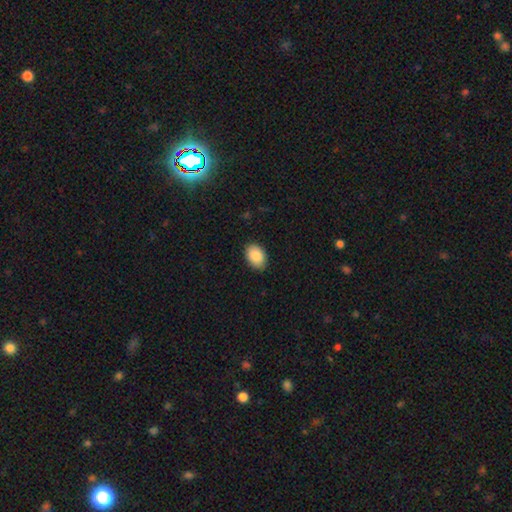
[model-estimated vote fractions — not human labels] A smooth galaxy with no disk features (89%) that is in between round and cigar-shaped (85%).

Vote fractions:
- Smooth or featured? smooth: 89% / star or artifact: 7% / featured or disk: 5%
- How rounded? in between: 85% / round: 14% / cigar-shaped: 1%
- Merging? none: 87% / minor disturbance: 10% / major disturbance: 2% / merger: 1%